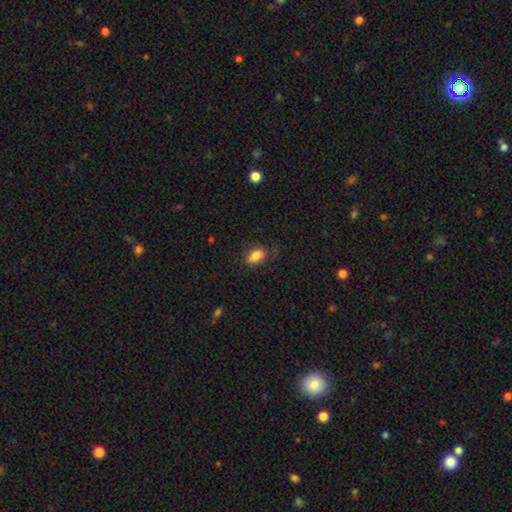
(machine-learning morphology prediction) smooth_or_featured: smooth (p=0.85) [alt: star or artifact p=0.09]
how_rounded: in between (p=0.85) [alt: round p=0.13]
merging: none (p=0.77) [alt: minor disturbance p=0.17]